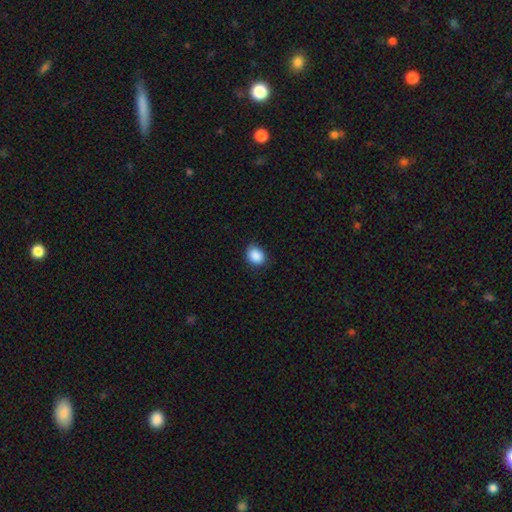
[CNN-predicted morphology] This is clearly a smooth galaxy (89%). How rounded: possibly in between (50%). Merging: likely none (80%).